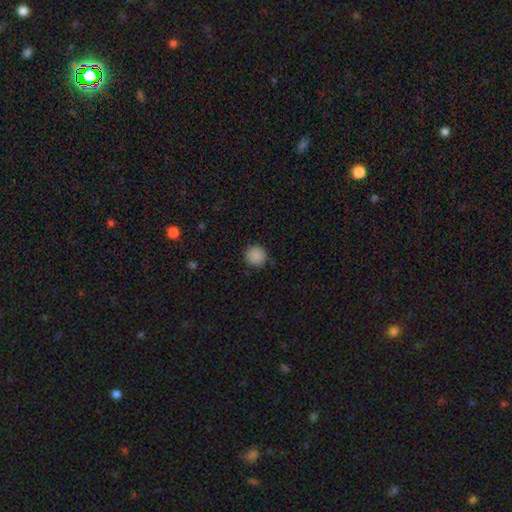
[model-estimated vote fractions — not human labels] smooth-or-featured: smooth: 88% | star or artifact: 10% | featured or disk: 3%
  how-rounded: round: 93% | in between: 6% | cigar-shaped: 1%
  merging: none: 89% | minor disturbance: 8% | major disturbance: 2% | merger: 1%